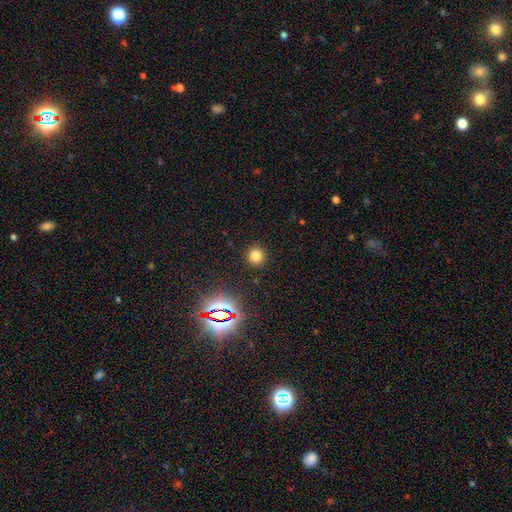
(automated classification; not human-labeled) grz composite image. It shows a smooth galaxy with no disk features (75%) that is round (94%). Merging: none (91%).